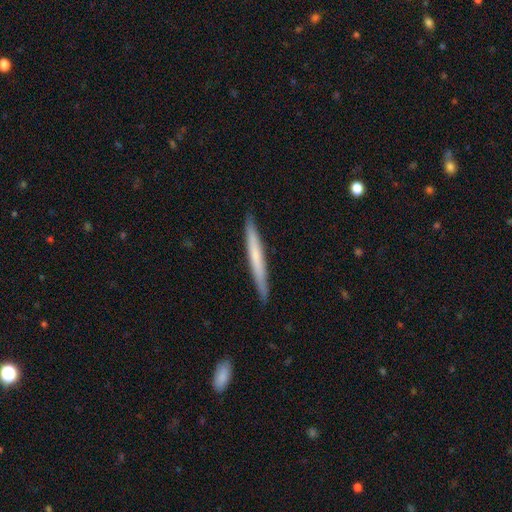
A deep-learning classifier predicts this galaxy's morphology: Smooth or featured? Predicted: smooth (p=0.56). How rounded? Predicted: cigar-shaped (p=0.97). Merging? Predicted: none (p=0.91).